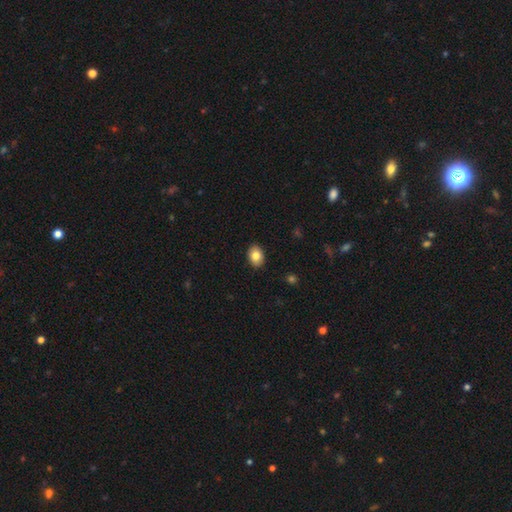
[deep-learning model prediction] Smooth or featured?
  - smooth: 83% *
  - featured or disk: 9%
  - star or artifact: 8%
How rounded?
  - in between: 73% *
  - round: 26%
  - cigar-shaped: 1%
Merging?
  - none: 90% *
  - minor disturbance: 7%
  - major disturbance: 2%
  - merger: 1%